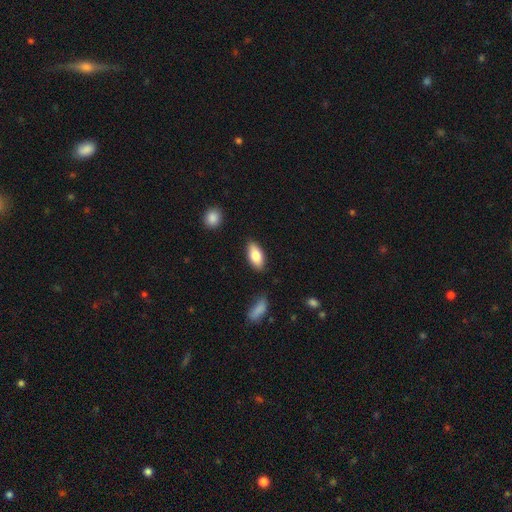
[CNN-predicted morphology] Smooth or featured?
  - smooth: 81% *
  - featured or disk: 13%
  - star or artifact: 6%
How rounded?
  - in between: 87% *
  - cigar-shaped: 10%
  - round: 3%
Merging?
  - none: 83% *
  - minor disturbance: 11%
  - merger: 3%
  - major disturbance: 3%